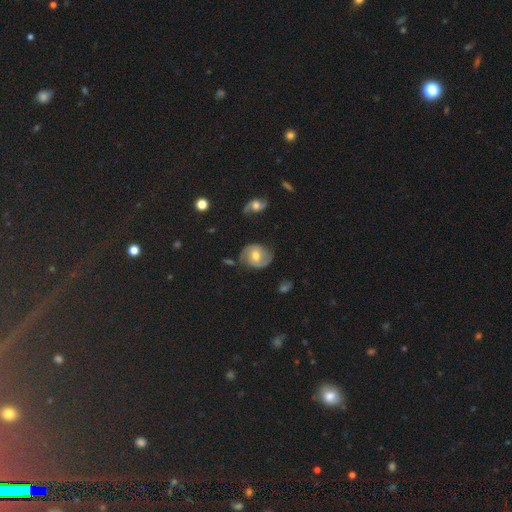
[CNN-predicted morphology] Smooth or featured? Predicted: featured or disk (p=0.62). Edge-on disk? Predicted: no (p=0.96). Bar? Predicted: no (p=0.51). Spiral arms? Predicted: yes (p=0.82). Bulge size? Predicted: moderate (p=0.74). Merging? Predicted: none (p=0.69).